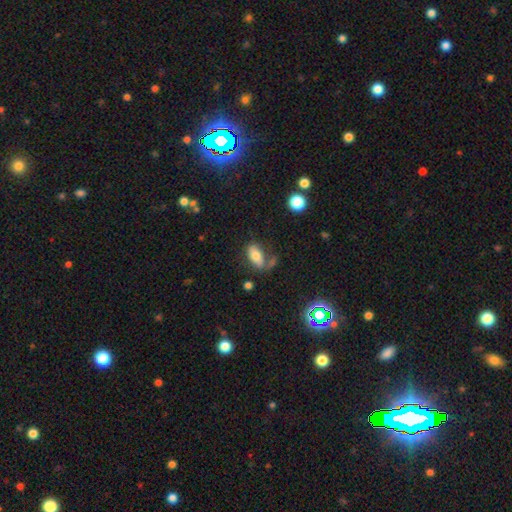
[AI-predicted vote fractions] smooth-or-featured: smooth: 74% | featured or disk: 17% | star or artifact: 9%
  how-rounded: in between: 88% | cigar-shaped: 8% | round: 4%
  merging: none: 59% | minor disturbance: 18% | merger: 14% | major disturbance: 8%